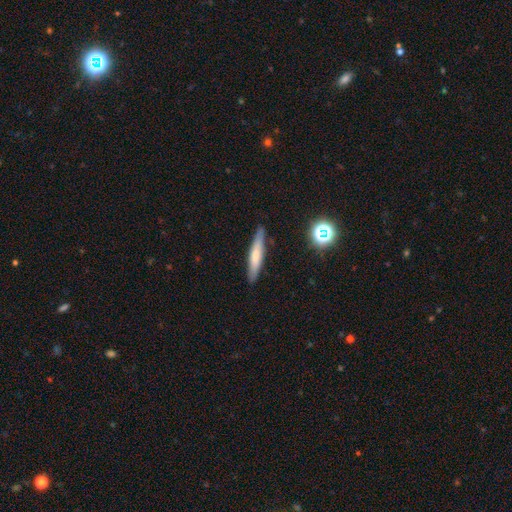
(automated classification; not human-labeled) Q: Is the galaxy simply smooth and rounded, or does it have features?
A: smooth — 61%.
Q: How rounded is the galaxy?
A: cigar-shaped — 90%.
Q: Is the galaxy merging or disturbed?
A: none — 87%.